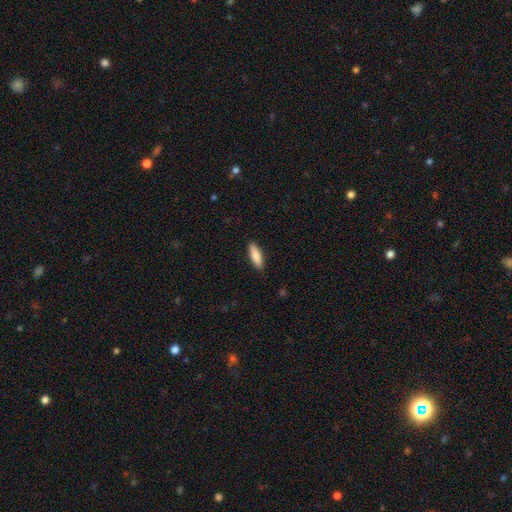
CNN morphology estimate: Overall: smooth (84%). How rounded: cigar-shaped (52%; in between 46%). Merging: none (89%).